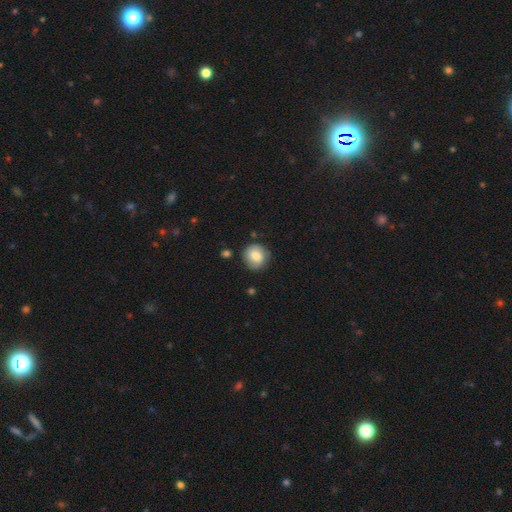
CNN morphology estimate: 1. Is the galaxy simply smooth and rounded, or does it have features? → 79% smooth, 14% featured or disk, 8% star or artifact.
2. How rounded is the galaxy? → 85% round, 14% in between, 1% cigar-shaped.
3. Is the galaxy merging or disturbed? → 79% none, 15% minor disturbance, 3% major disturbance, 2% merger.